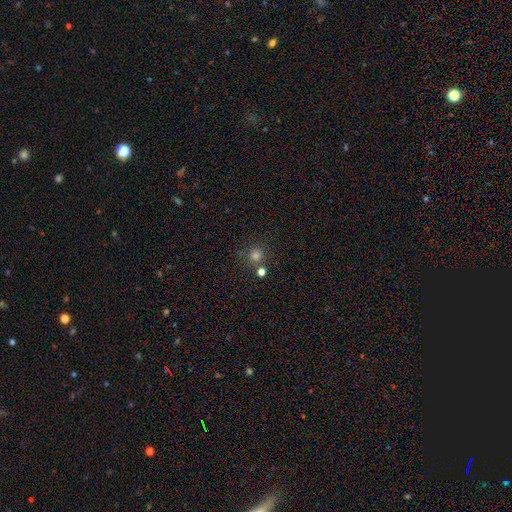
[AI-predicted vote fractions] The model was most divided on "smooth or featured": smooth: 74%, star or artifact: 20%, featured or disk: 6%. More confident: how rounded — round (94%); merging — none (78%).